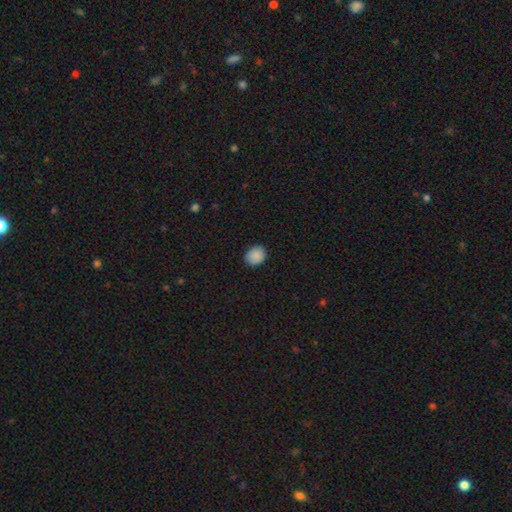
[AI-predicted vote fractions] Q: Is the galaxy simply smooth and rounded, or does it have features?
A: smooth — 89%.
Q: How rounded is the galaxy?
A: round — 64%.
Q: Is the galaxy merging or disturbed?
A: none — 89%.